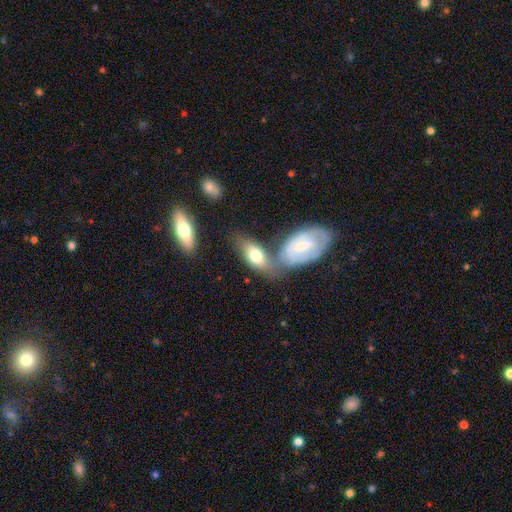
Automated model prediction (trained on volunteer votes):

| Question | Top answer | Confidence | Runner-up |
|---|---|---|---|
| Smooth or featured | smooth | 64% | featured or disk (31%) |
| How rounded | in between | 87% | cigar-shaped (7%) |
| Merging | merger | 45% | none (34%) |